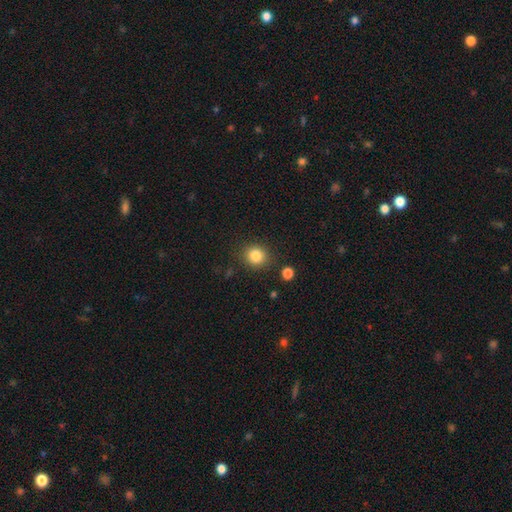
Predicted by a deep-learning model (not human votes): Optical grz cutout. It shows a smooth galaxy with no disk features (84%) that is round (83%). Merging: none (85%).